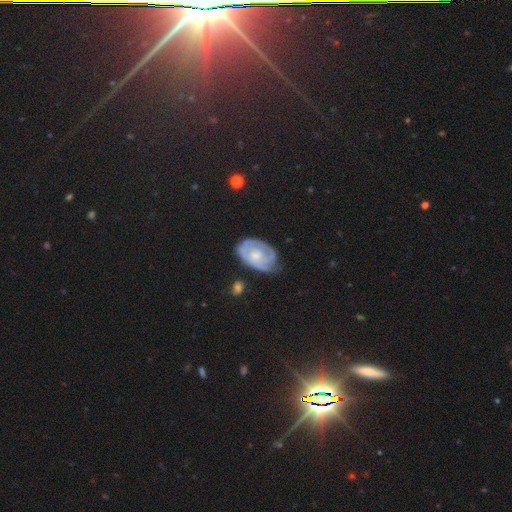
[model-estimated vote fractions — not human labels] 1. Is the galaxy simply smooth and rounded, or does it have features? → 78% featured or disk, 17% smooth, 5% star or artifact.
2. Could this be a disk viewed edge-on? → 97% no, 3% yes.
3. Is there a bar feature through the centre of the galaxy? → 73% no, 23% weak, 4% strong.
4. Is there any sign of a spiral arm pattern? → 89% yes, 11% no.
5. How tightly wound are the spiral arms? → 64% tight, 28% medium, 8% loose.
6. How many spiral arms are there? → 37% 2, 32% can't tell, 16% 3, 8% 1, 4% 4, 3% more than 4.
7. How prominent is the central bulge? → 52% small, 37% moderate, 6% none, 3% large, 1% dominant.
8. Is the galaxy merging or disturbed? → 60% none, 28% minor disturbance, 10% major disturbance, 2% merger.